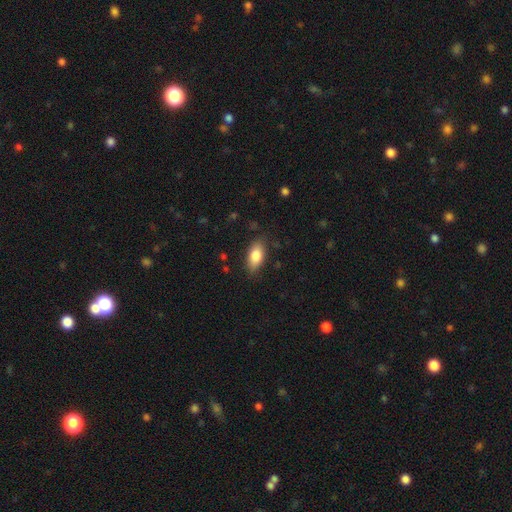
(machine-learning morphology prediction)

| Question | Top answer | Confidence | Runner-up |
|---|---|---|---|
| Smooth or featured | smooth | 83% | featured or disk (10%) |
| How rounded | in between | 89% | cigar-shaped (7%) |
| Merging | none | 83% | minor disturbance (13%) |